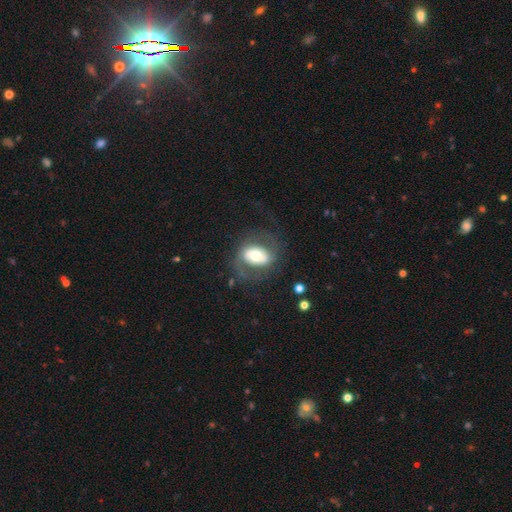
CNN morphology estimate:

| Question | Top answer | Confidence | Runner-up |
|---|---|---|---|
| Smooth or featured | featured or disk | 51% | smooth (41%) |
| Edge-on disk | no | 94% | yes (6%) |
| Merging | none | 62% | major disturbance (19%) |